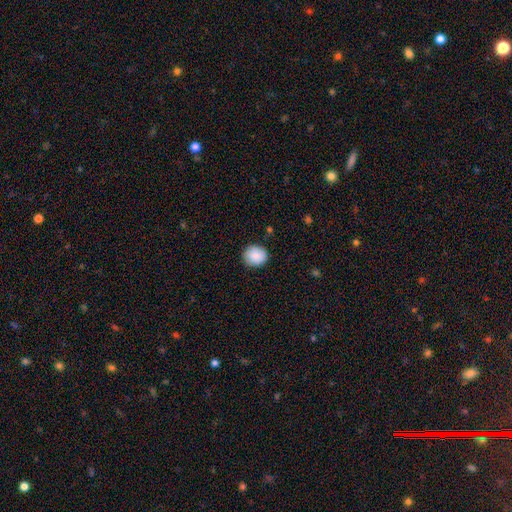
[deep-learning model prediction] This is clearly a smooth galaxy (89%). How rounded: likely round (78%). Merging: clearly none (87%).